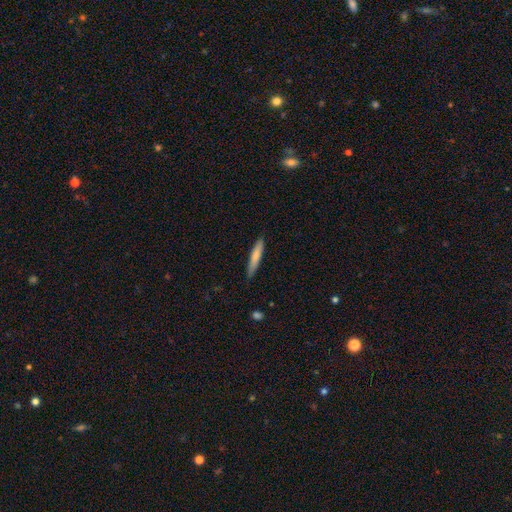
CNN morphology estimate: type=smooth (76%); roundness=cigar-shaped (92%); merging=none (86%).